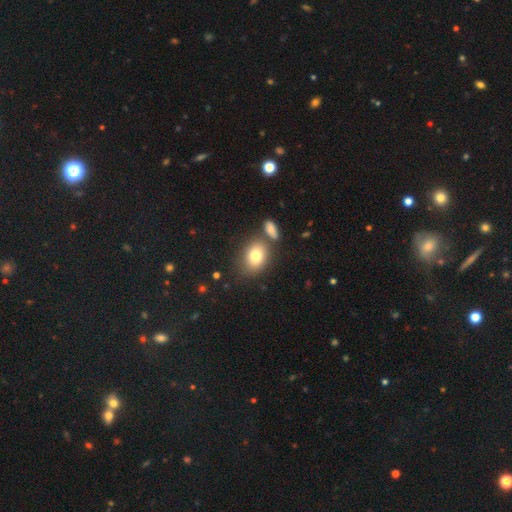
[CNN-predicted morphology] smooth_or_featured: smooth (p=0.78) [alt: featured or disk p=0.12]
how_rounded: in between (p=0.67) [alt: round p=0.31]
merging: none (p=0.65) [alt: merger p=0.17]